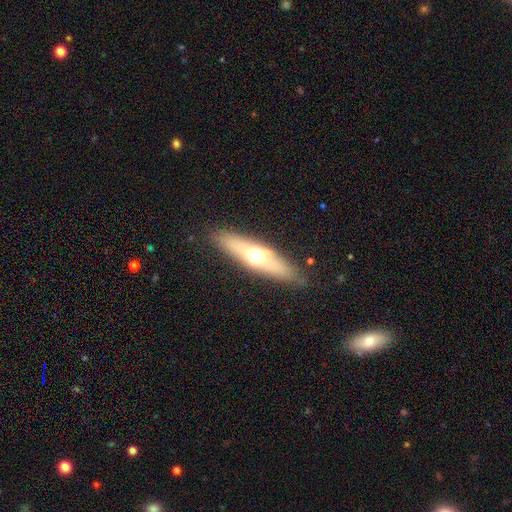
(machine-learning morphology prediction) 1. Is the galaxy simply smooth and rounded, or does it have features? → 47% featured or disk, 46% smooth, 7% star or artifact.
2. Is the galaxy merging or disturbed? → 86% none, 10% minor disturbance, 3% major disturbance, 1% merger.